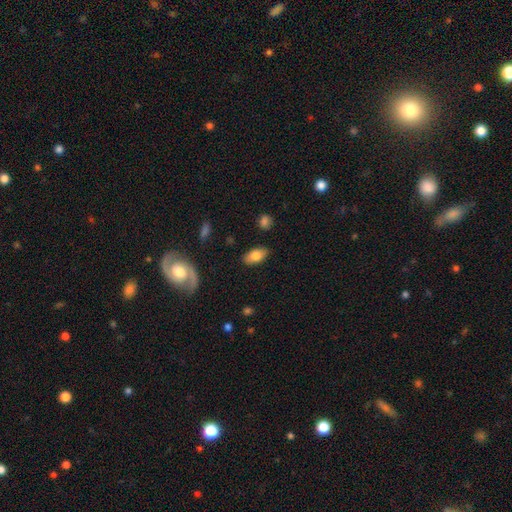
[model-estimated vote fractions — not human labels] The model was most divided on "smooth or featured": smooth: 78%, featured or disk: 16%, star or artifact: 7%. More confident: how rounded — in between (91%); merging — none (86%).